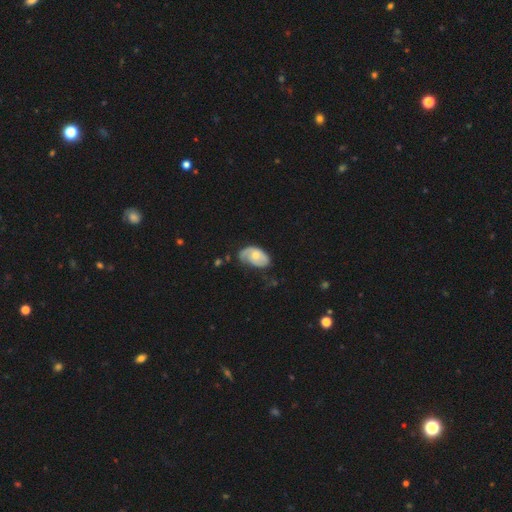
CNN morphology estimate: A featured or disk galaxy (56%) with no bar (76%), spiral arms (74%) and a moderate central bulge (59%). Merging: none (44%).